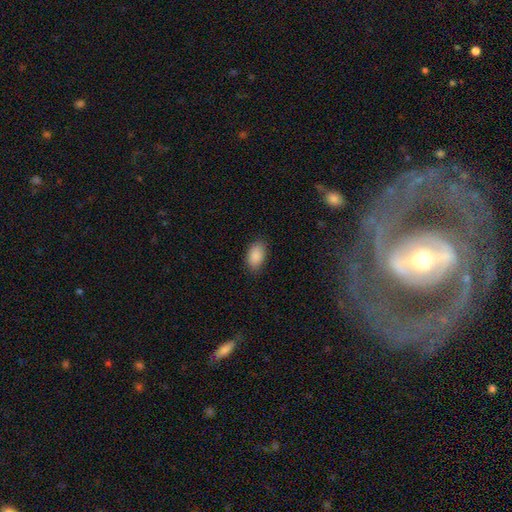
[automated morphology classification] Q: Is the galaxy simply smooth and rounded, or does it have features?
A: smooth — 89%.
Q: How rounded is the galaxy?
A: in between — 92%.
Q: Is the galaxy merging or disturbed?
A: none — 84%.